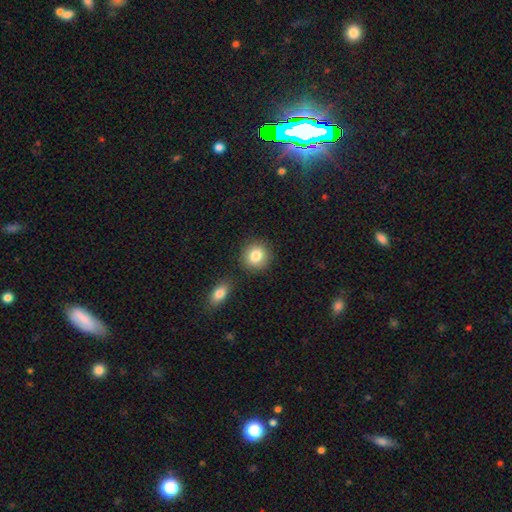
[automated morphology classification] Overall: smooth (84%). How rounded: round (84%). Merging: none (83%).